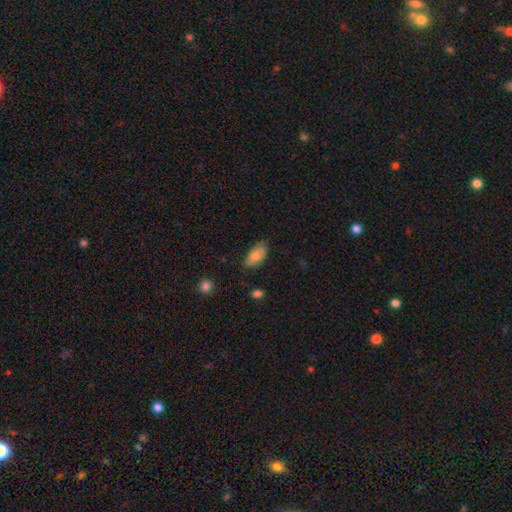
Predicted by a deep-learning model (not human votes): smooth_or_featured: smooth (p=0.81) [alt: featured or disk p=0.12]
how_rounded: in between (p=0.92) [alt: cigar-shaped p=0.05]
merging: none (p=0.71) [alt: minor disturbance p=0.23]